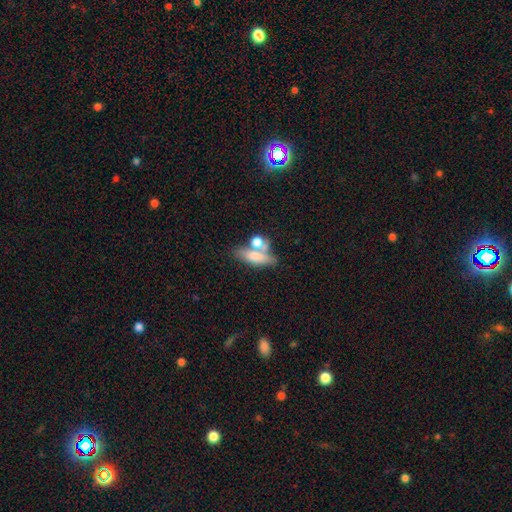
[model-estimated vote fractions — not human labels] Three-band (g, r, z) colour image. It shows a smooth galaxy with no disk features (67%) that is in between round and cigar-shaped (55%). Merging: none (45%).